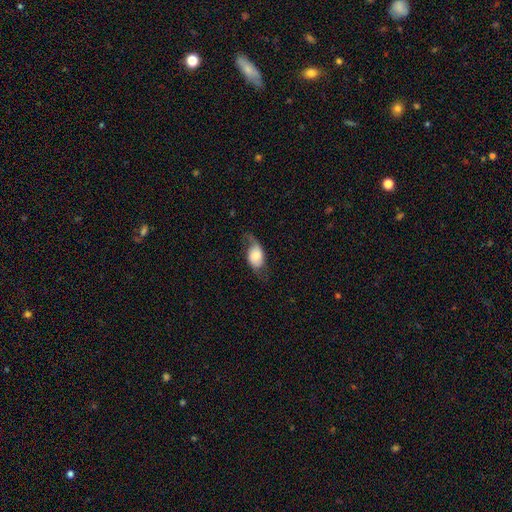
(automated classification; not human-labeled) smooth 54%, featured or disk 38%, star or artifact 8%. Down the decision tree: how rounded — in between (85%); merging — none (49%).